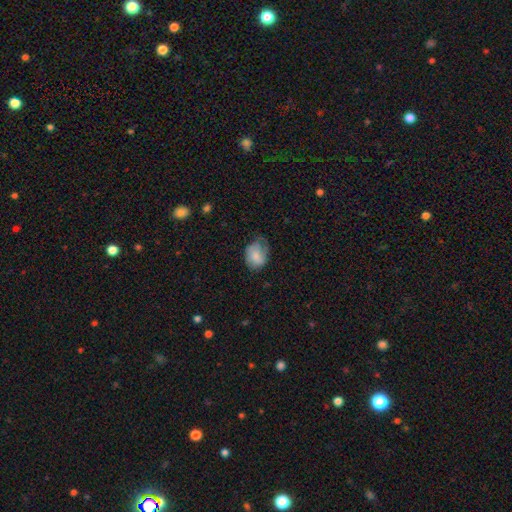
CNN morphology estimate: This is likely a smooth galaxy (66%). How rounded: likely in between (65%). Merging: possibly none (46%).